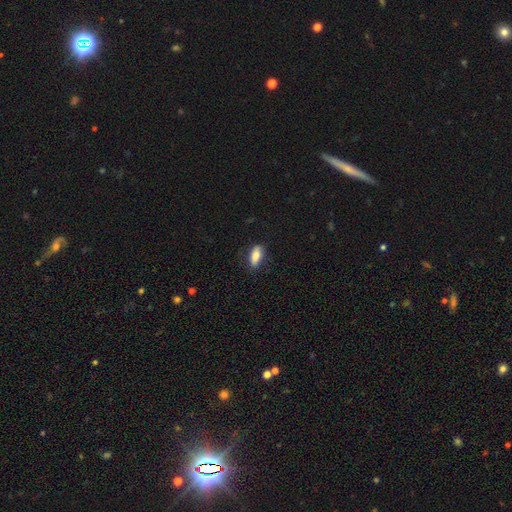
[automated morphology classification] The model was most divided on "how rounded": in between: 73%, cigar-shaped: 24%, round: 3%. More confident: smooth or featured — smooth (79%); merging — none (77%).